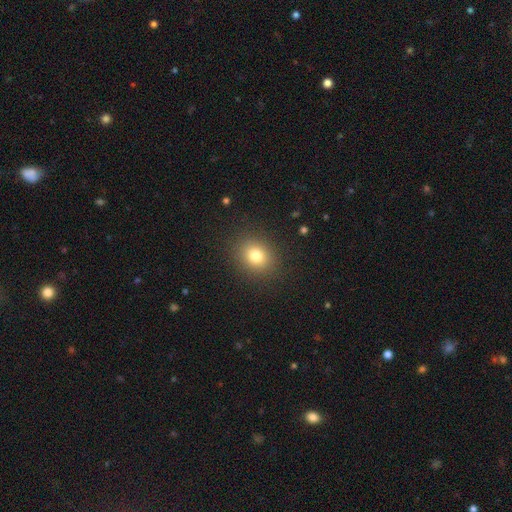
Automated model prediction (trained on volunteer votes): Q: Smooth or featured?
A: smooth (79%); runner-up: star or artifact (13%)
Q: How rounded?
A: round (68%); runner-up: in between (31%)
Q: Merging?
A: none (88%); runner-up: minor disturbance (7%)